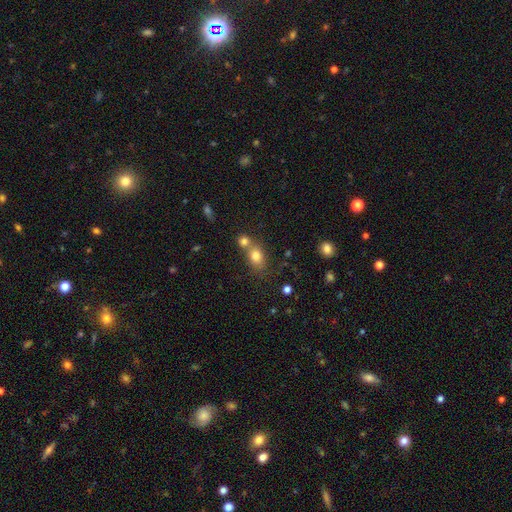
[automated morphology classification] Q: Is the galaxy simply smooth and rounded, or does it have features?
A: smooth — 78%.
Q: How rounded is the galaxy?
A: in between — 60%.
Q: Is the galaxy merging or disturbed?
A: none — 44%.